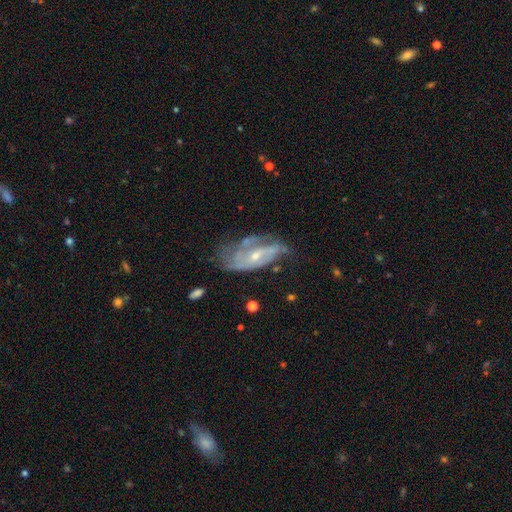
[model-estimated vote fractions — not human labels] This appears to be a featured or disk galaxy (77%) with no bar (50%), 2 (40%) medium (40%) spiral arms (79%) and a small central bulge (60%). Merging: none (41%).